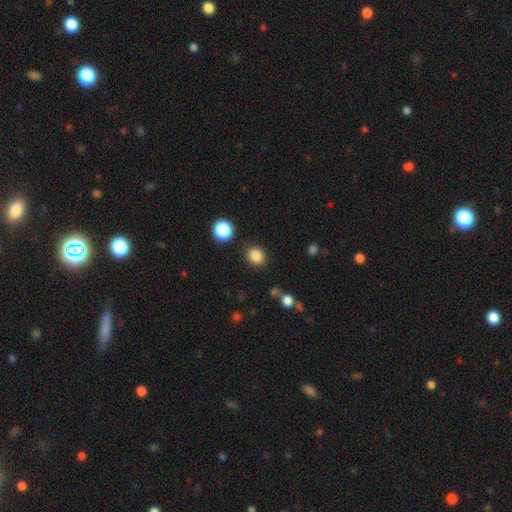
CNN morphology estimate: Smooth or featured? smooth (85%)
How rounded? round (75%)
Merging? none (86%)